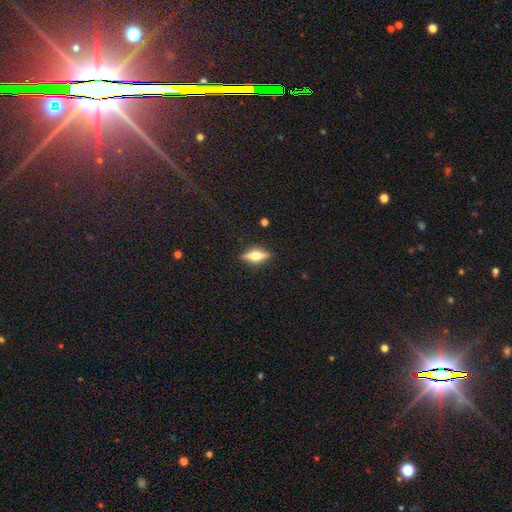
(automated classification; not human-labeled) A featured or disk galaxy (58%) viewed edge-on (94%) with a rounded central bulge (91%). Merging: none (88%).